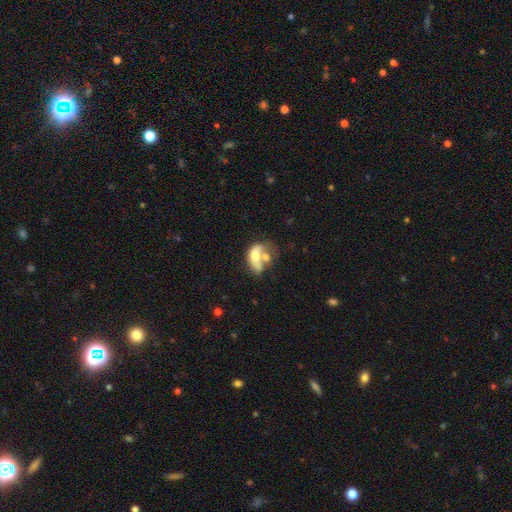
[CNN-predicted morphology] Smooth or featured: smooth — 56% (featured or disk — 35%)
How rounded: in between — 79% (round — 17%)
Merging: merger — 52% (major disturbance — 18%)